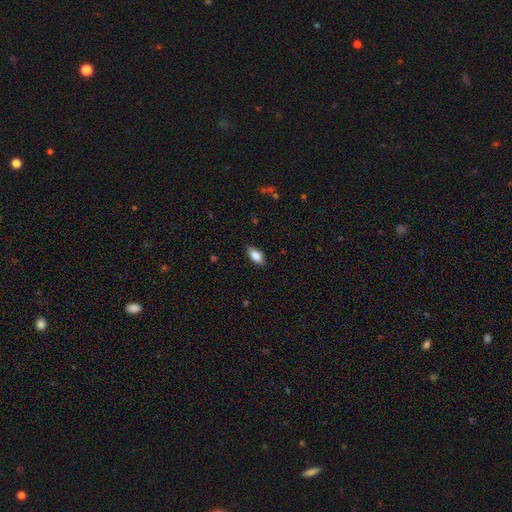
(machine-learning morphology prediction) A smooth galaxy with no disk features (86%) that is in between round and cigar-shaped (89%). Merging: none (84%).